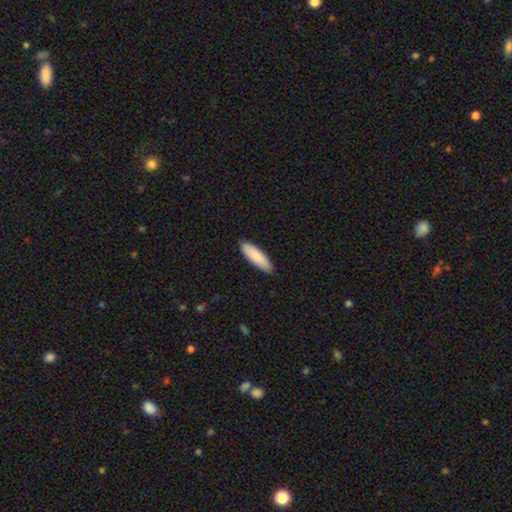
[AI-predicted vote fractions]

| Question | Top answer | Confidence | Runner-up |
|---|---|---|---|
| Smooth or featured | smooth | 87% | featured or disk (8%) |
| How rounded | cigar-shaped | 51% | in between (48%) |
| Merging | none | 88% | minor disturbance (10%) |